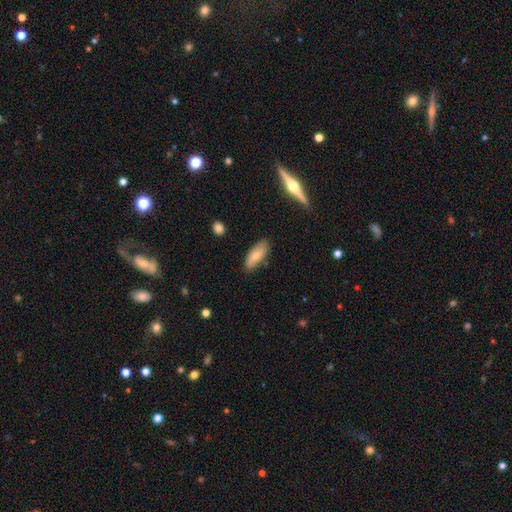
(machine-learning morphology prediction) Q: Smooth or featured?
A: smooth (73%); runner-up: featured or disk (20%)
Q: How rounded?
A: in between (72%); runner-up: cigar-shaped (26%)
Q: Merging?
A: none (79%); runner-up: minor disturbance (16%)